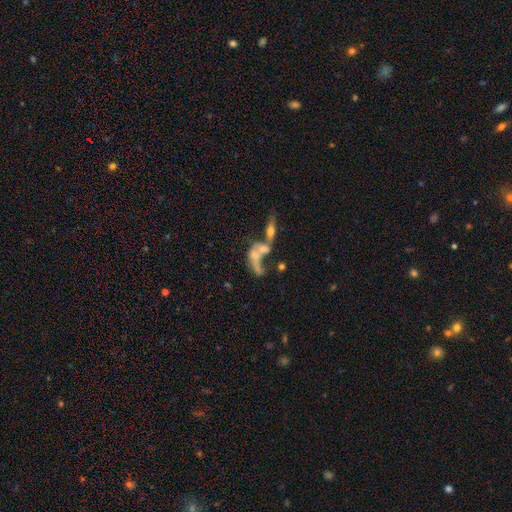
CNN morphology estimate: Smooth or featured?
  - featured or disk: 48% *
  - smooth: 39%
  - star or artifact: 13%
Merging?
  - merger: 62% *
  - major disturbance: 20%
  - none: 12%
  - minor disturbance: 6%